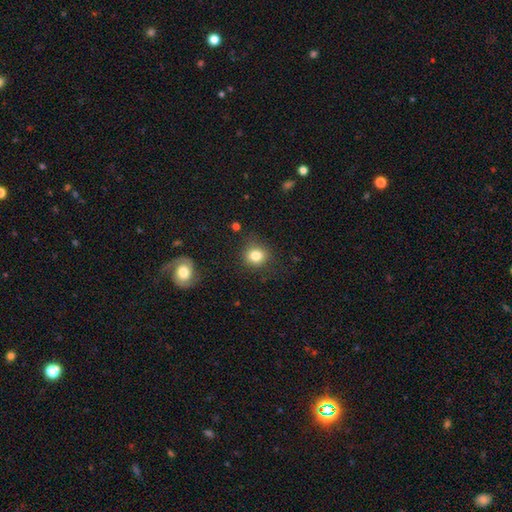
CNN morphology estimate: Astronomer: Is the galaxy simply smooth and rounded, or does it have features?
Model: smooth — 83%.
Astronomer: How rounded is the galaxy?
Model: round — 79%.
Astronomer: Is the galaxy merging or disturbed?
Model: none — 81%.